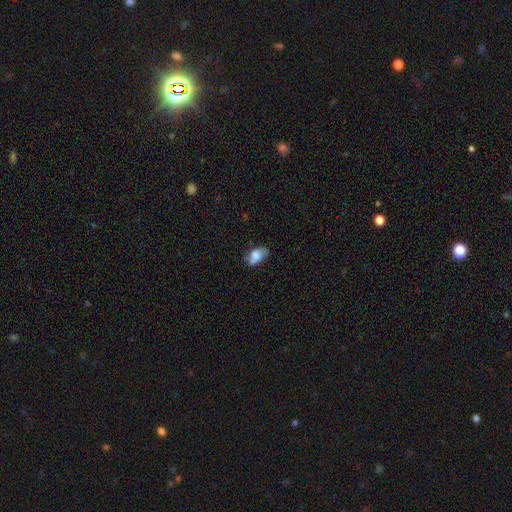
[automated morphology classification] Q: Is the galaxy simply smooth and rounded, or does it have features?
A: smooth — 79%.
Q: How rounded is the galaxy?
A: in between — 91%.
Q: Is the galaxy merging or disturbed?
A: none — 62%.